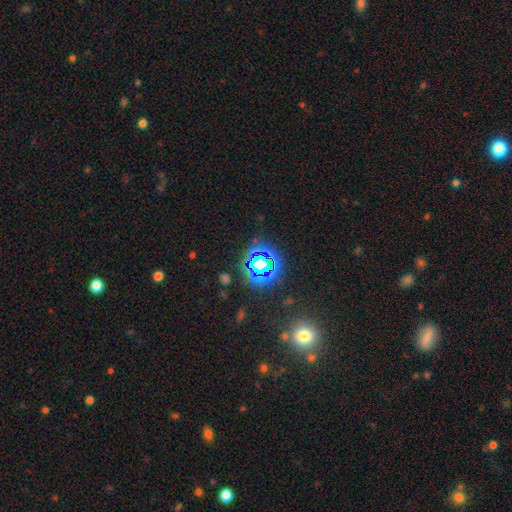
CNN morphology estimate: smooth-or-featured: star or artifact: 77% | smooth: 15% | featured or disk: 8%